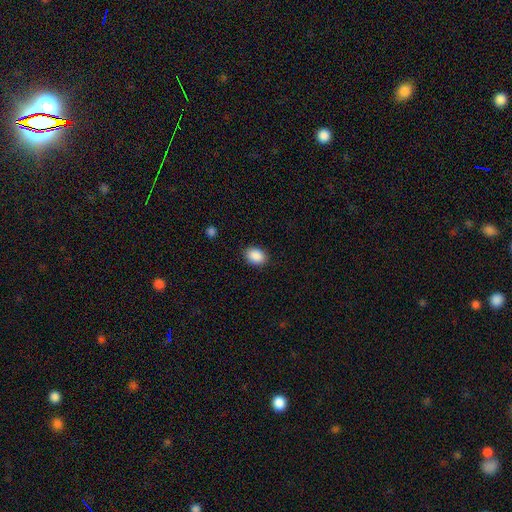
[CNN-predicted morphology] Overall: smooth (90%). How rounded: in between (75%). Merging: none (88%).